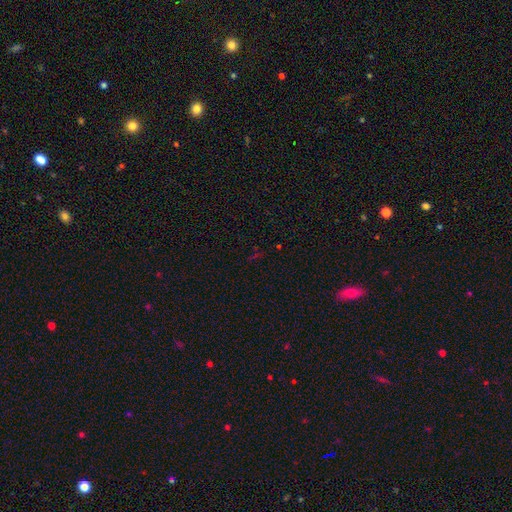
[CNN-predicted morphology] smooth-or-featured: star or artifact: 71% | smooth: 19% | featured or disk: 10%